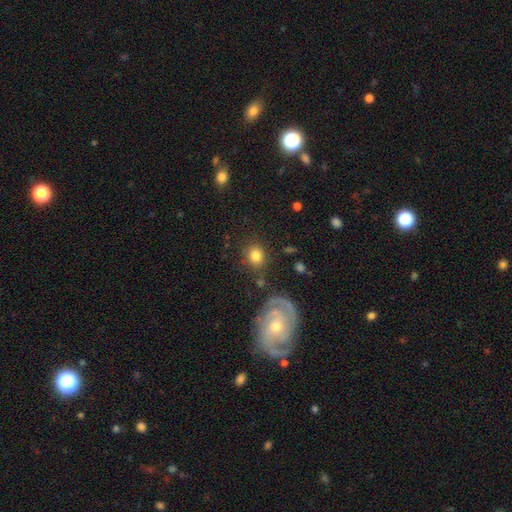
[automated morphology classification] smooth_or_featured: smooth (p=0.76) [alt: featured or disk p=0.14]
how_rounded: round (p=0.75) [alt: in between p=0.24]
merging: none (p=0.76) [alt: minor disturbance p=0.13]